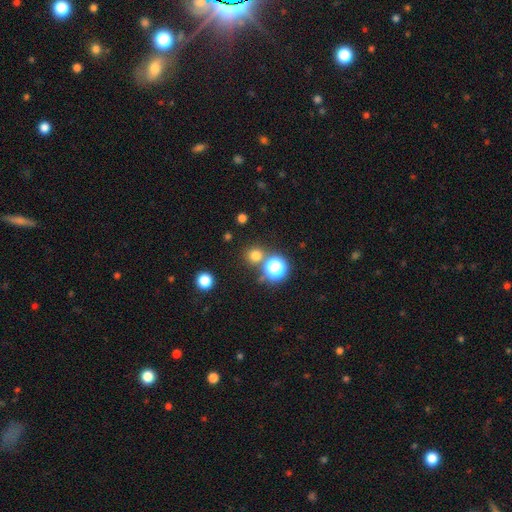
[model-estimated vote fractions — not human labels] smooth 71%, star or artifact 23%, featured or disk 6%. Down the decision tree: how rounded — round (92%); merging — none (79%).